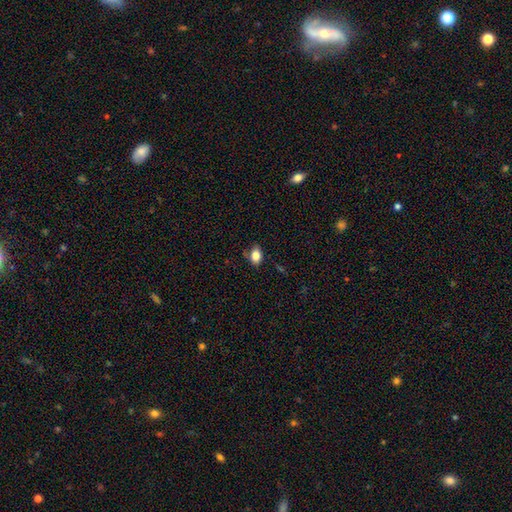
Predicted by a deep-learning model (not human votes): Morphology: type=smooth (82%); roundness=in between (77%); merging=none (74%).